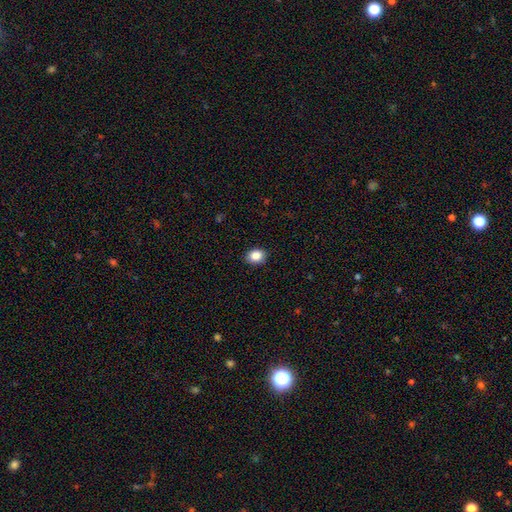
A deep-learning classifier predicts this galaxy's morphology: Smooth or featured? Predicted: smooth (p=0.86). How rounded? Predicted: in between (p=0.59). Merging? Predicted: none (p=0.89).